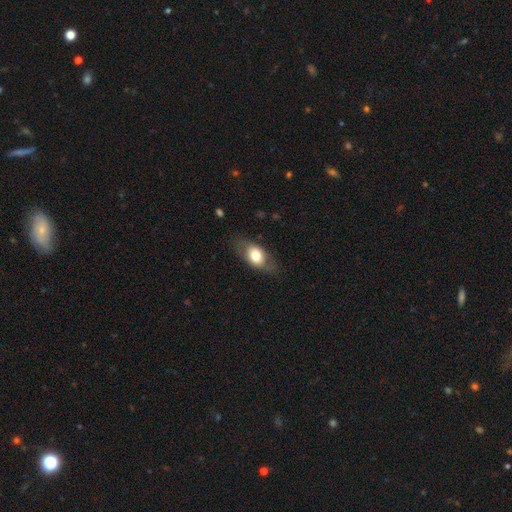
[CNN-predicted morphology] Smooth or featured? Predicted: smooth (p=0.65). How rounded? Predicted: in between (p=0.81). Merging? Predicted: none (p=0.75).